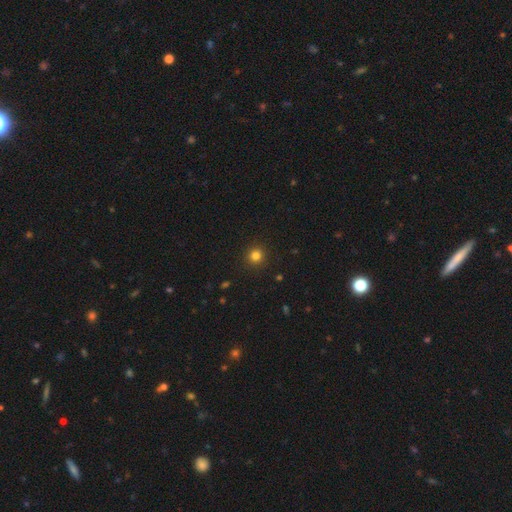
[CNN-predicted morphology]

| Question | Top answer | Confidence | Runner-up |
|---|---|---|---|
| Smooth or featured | smooth | 82% | star or artifact (14%) |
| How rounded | round | 93% | in between (7%) |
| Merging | none | 92% | minor disturbance (5%) |